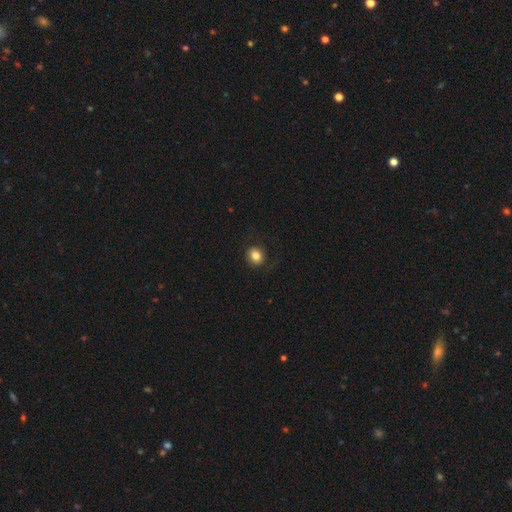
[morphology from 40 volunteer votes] Smooth or featured?
  - smooth: 80% *
  - featured or disk: 10%
  - star or artifact: 10%
How rounded?
  - round: 75% *
  - in between: 25%
  - cigar-shaped: 0%
Merging?
  - none: 86% *
  - minor disturbance: 6%
  - major disturbance: 6%
  - merger: 3%